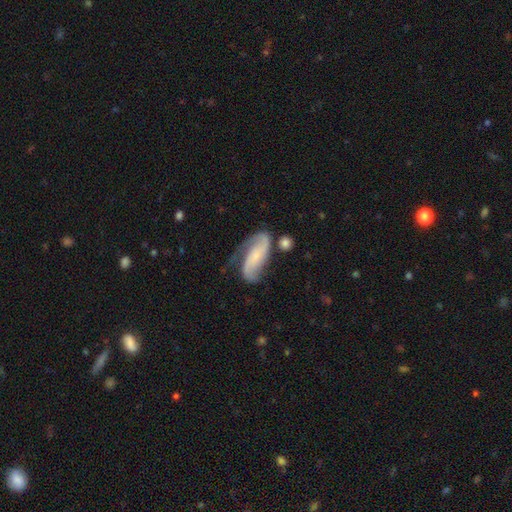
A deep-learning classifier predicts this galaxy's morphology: Smooth or featured? Predicted: featured or disk (p=0.80). Edge-on disk? Predicted: no (p=0.95). Bar? Predicted: no (p=0.53). Spiral arms? Predicted: yes (p=0.95). Spiral winding? Predicted: medium (p=0.42). Spiral arm count? Predicted: 2 (p=0.84). Bulge size? Predicted: small (p=0.57). Merging? Predicted: none (p=0.53).